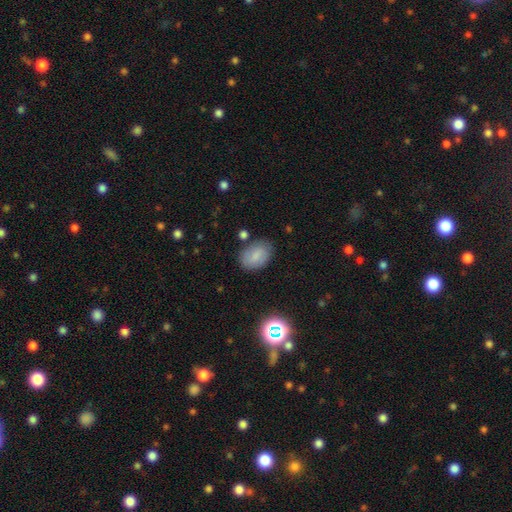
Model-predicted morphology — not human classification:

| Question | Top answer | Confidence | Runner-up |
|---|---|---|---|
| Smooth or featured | smooth | 74% | featured or disk (16%) |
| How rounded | in between | 81% | round (17%) |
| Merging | none | 77% | minor disturbance (15%) |